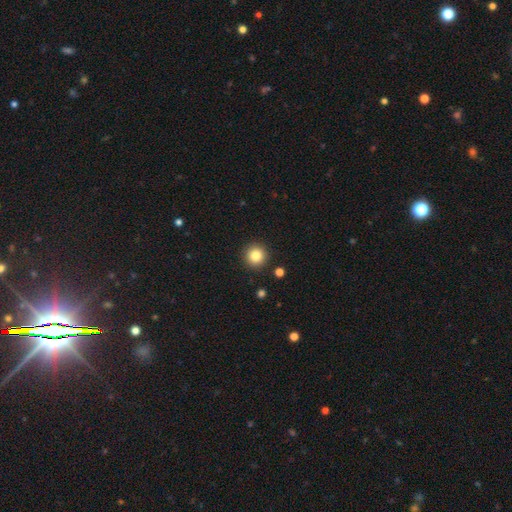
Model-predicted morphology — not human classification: type=smooth (84%); roundness=round (95%); merging=none (92%).